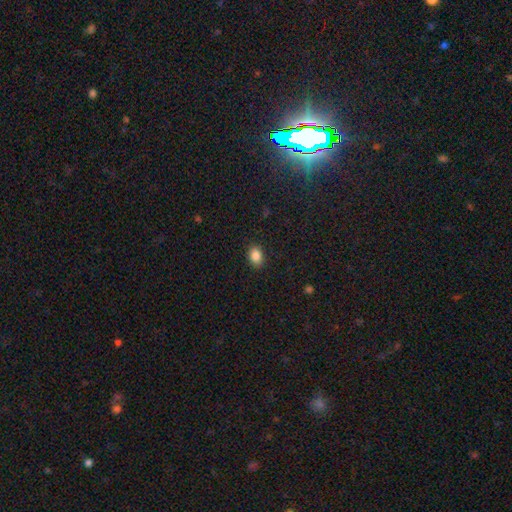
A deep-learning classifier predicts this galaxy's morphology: A smooth galaxy with no disk features (86%) that is in between round and cigar-shaped (77%).

Vote fractions:
- Smooth or featured? smooth: 86% / star or artifact: 9% / featured or disk: 5%
- How rounded? in between: 77% / round: 22% / cigar-shaped: 1%
- Merging? none: 88% / minor disturbance: 9% / major disturbance: 2% / merger: 1%